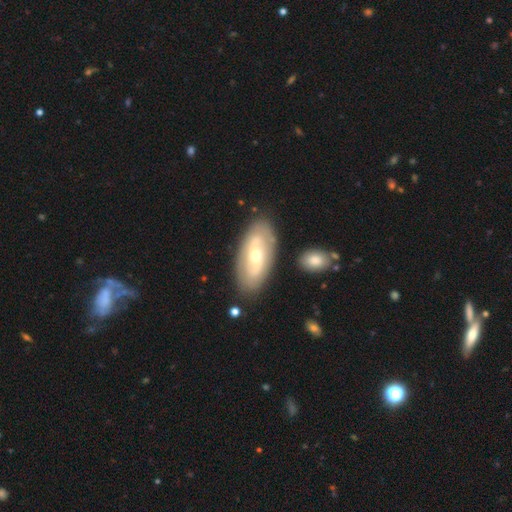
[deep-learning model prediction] smooth_or_featured: featured or disk (p=0.67) [alt: smooth p=0.28]
disk_edge_on: no (p=0.90) [alt: yes p=0.10]
bar: no (p=0.40) [alt: weak p=0.37]
has_spiral_arms: yes (p=0.63) [alt: no p=0.37]
bulge_size: moderate (p=0.56) [alt: small p=0.39]
merging: none (p=0.82) [alt: minor disturbance p=0.11]